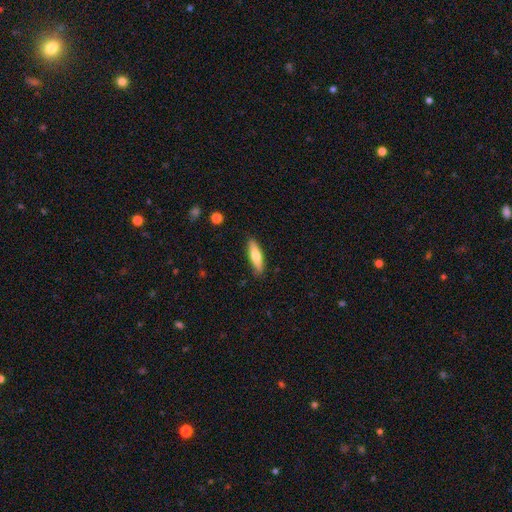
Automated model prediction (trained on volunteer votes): Smooth or featured: smooth — 69% (featured or disk — 25%)
How rounded: cigar-shaped — 67% (in between — 31%)
Merging: none — 88% (minor disturbance — 9%)